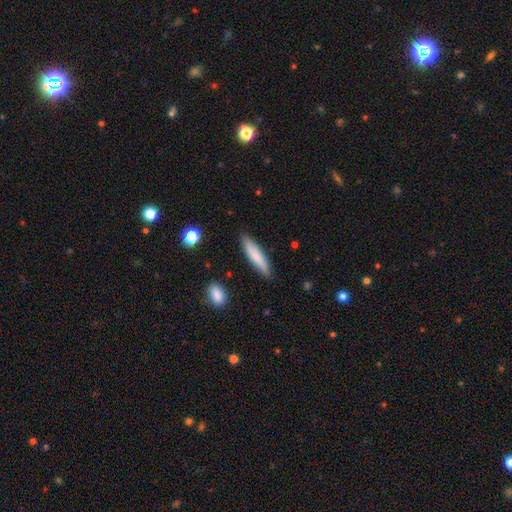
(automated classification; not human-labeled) smooth-or-featured: smooth: 78% | featured or disk: 16% | star or artifact: 6%
  how-rounded: cigar-shaped: 81% | in between: 18% | round: 1%
  merging: none: 87% | minor disturbance: 10% | major disturbance: 2% | merger: 2%